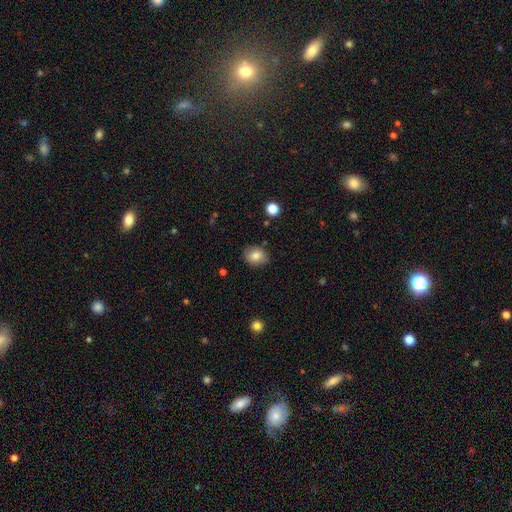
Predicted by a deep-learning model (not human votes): Q: Smooth or featured?
A: smooth (80%); runner-up: featured or disk (11%)
Q: How rounded?
A: round (59%); runner-up: in between (40%)
Q: Merging?
A: none (83%); runner-up: minor disturbance (13%)